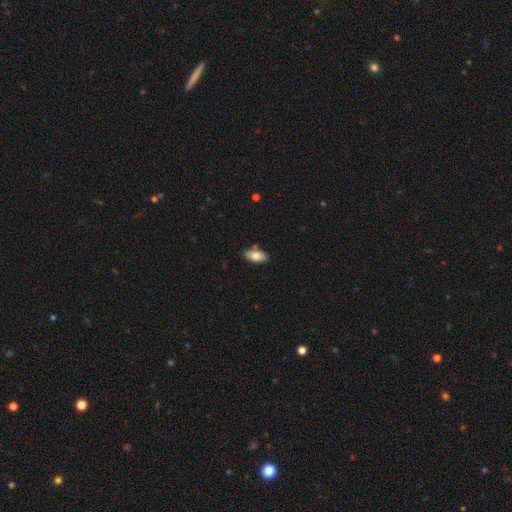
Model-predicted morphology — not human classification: This is likely a smooth galaxy (78%). How rounded: clearly in between (91%). Merging: clearly none (81%).